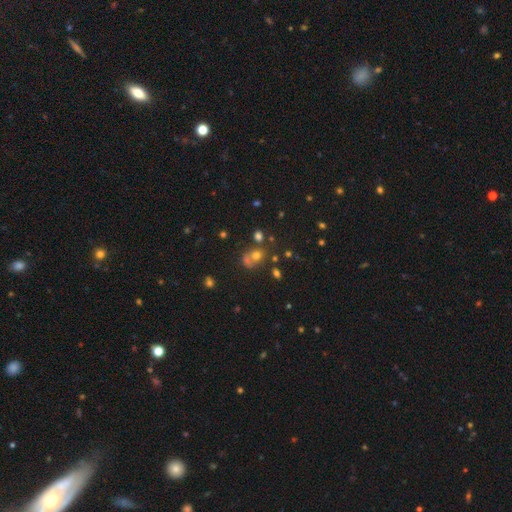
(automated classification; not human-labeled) Overall: smooth (56%; star or artifact 26%). How rounded: round (71%). Merging: none (44%; merger 33%).